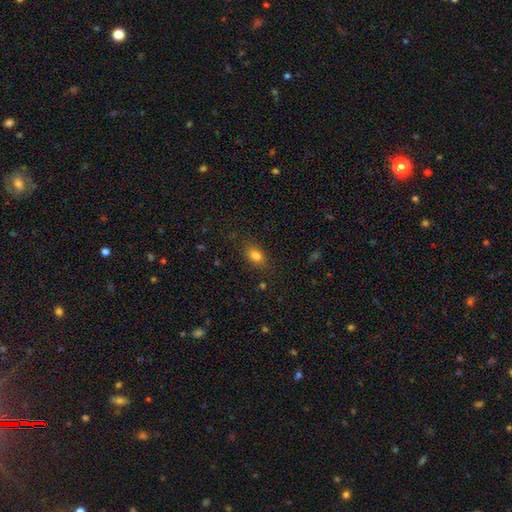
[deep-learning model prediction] smooth_or_featured: smooth (p=0.79) [alt: star or artifact p=0.14]
how_rounded: in between (p=0.80) [alt: round p=0.14]
merging: none (p=0.79) [alt: minor disturbance p=0.14]